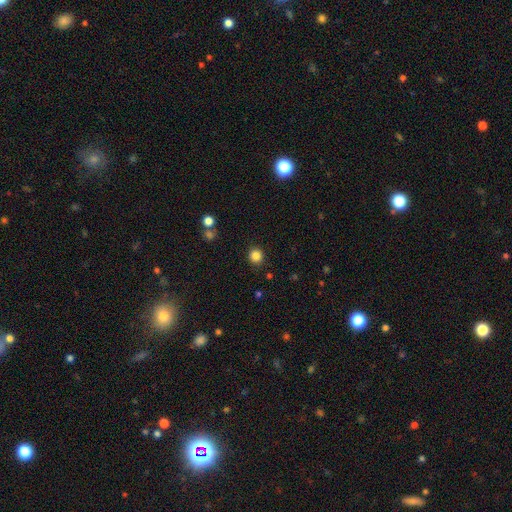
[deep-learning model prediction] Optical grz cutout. It shows a smooth galaxy with no disk features (84%) that is round (92%). Merging: none (90%).